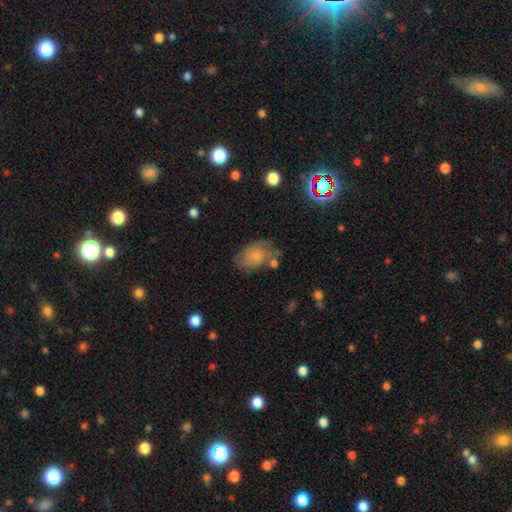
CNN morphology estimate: smooth-or-featured: smooth: 65% | featured or disk: 25% | star or artifact: 10%
  how-rounded: in between: 85% | round: 14% | cigar-shaped: 1%
  merging: none: 53% | minor disturbance: 27% | major disturbance: 12% | merger: 8%